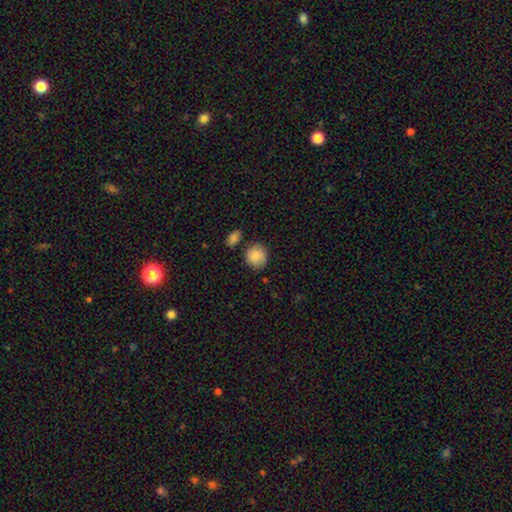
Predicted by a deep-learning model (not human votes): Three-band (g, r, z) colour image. It shows a smooth galaxy with no disk features (83%) that is round (84%). Merging: none (76%).